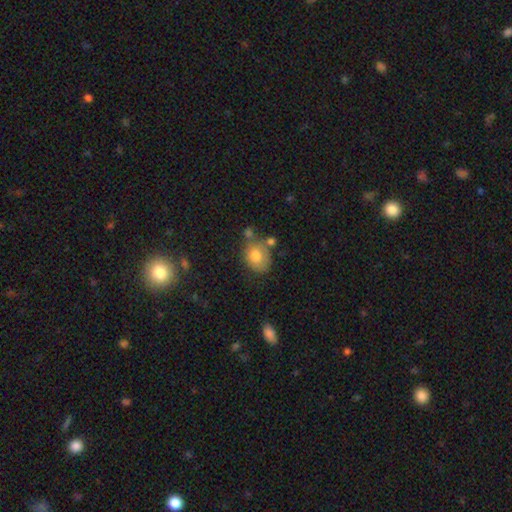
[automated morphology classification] Smooth or featured: smooth — 76% (featured or disk — 15%)
How rounded: round — 51% (in between — 48%)
Merging: none — 52% (minor disturbance — 24%)